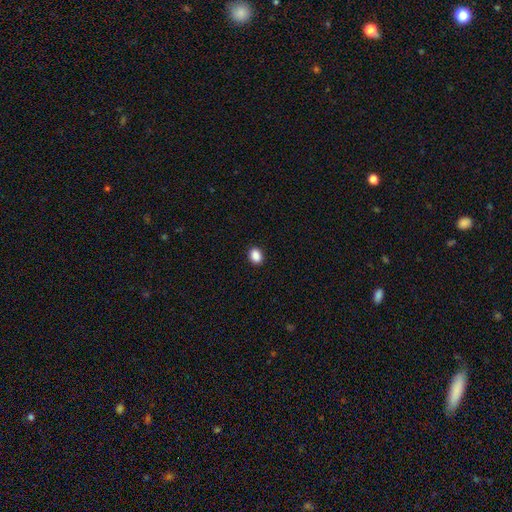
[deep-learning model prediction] Overall: smooth (89%). How rounded: in between (69%; round 30%). Merging: none (91%).